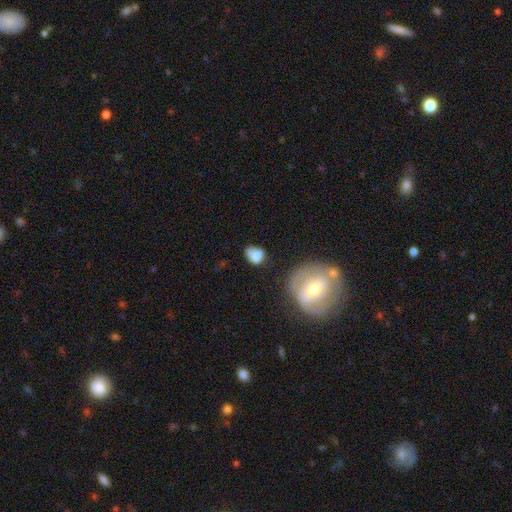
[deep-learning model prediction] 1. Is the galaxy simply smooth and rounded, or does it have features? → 74% smooth, 17% featured or disk, 9% star or artifact.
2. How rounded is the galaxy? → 65% in between, 33% round, 2% cigar-shaped.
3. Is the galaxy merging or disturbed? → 42% none, 29% minor disturbance, 16% major disturbance, 13% merger.